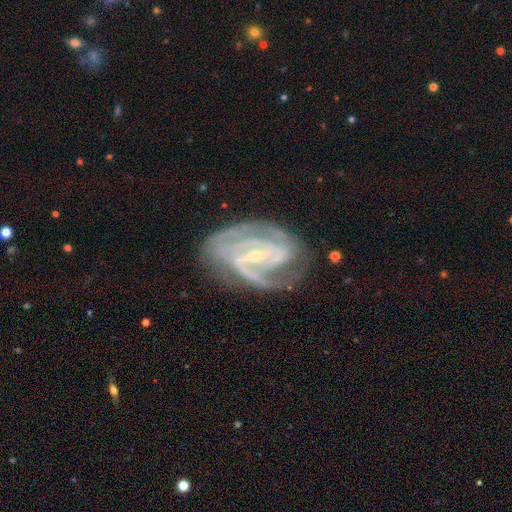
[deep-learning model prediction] A featured or disk galaxy (91%) with a strong bar (51%), 2 (47%) tight (50%) spiral arms (97%) and a small central bulge (78%).

Vote fractions:
- Smooth or featured? featured or disk: 91% / star or artifact: 5% / smooth: 4%
- Edge-on disk? no: 97% / yes: 3%
- Bar? strong: 51% / weak: 34% / no: 15%
- Spiral arms? yes: 97% / no: 3%
- Spiral winding? tight: 50% / medium: 41% / loose: 9%
- Spiral arm count? 2: 47% / 3: 22% / can't tell: 14% / 4: 7% / 1: 5% / more than 4: 5%
- Bulge size? small: 78% / moderate: 18% / none: 1% / large: 1% / dominant: 1%
- Merging? none: 68% / minor disturbance: 20% / major disturbance: 10% / merger: 2%